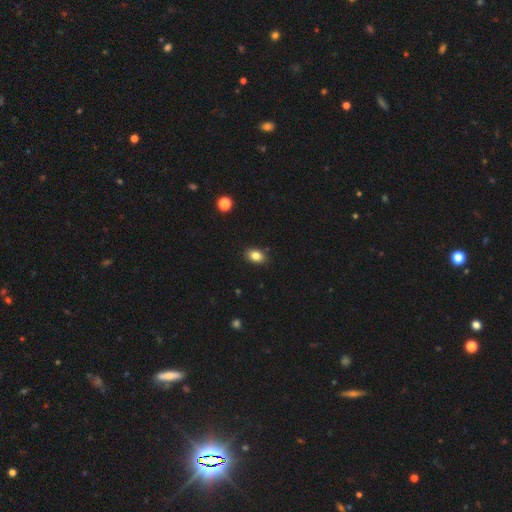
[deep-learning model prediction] Smooth or featured?
  - smooth: 84% *
  - star or artifact: 9%
  - featured or disk: 6%
How rounded?
  - in between: 81% *
  - round: 17%
  - cigar-shaped: 1%
Merging?
  - none: 86% *
  - minor disturbance: 10%
  - major disturbance: 2%
  - merger: 1%